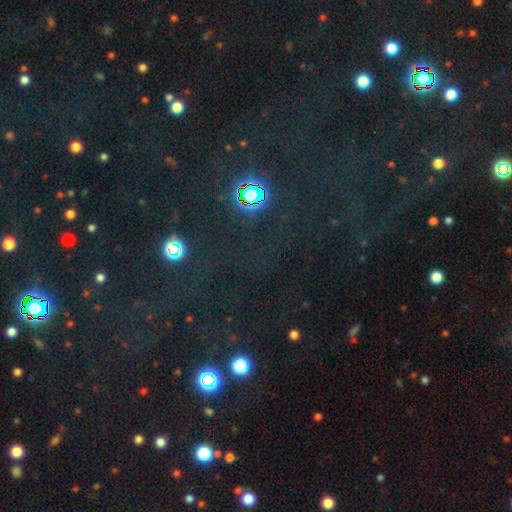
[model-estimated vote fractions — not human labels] star or artifact 72%, smooth 20%, featured or disk 9%.